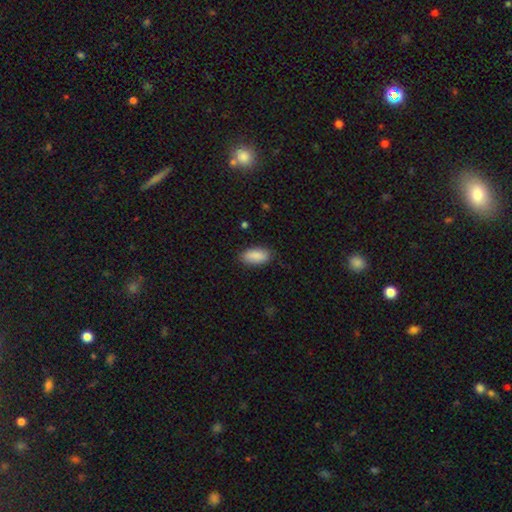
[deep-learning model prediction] smooth 89%, star or artifact 6%, featured or disk 4%. Down the decision tree: how rounded — in between (91%); merging — none (83%).